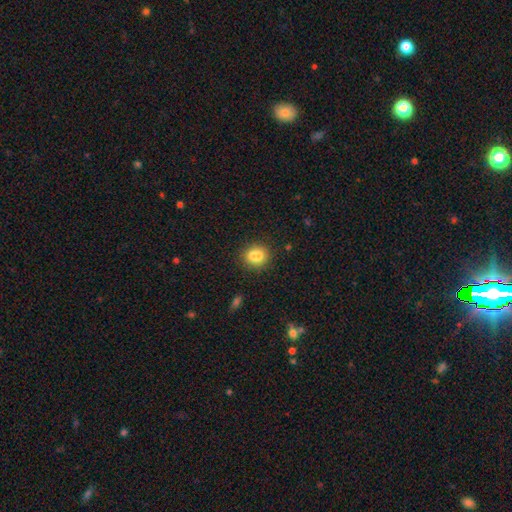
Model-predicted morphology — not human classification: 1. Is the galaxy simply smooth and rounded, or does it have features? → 80% smooth, 10% featured or disk, 10% star or artifact.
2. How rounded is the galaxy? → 65% round, 34% in between, 1% cigar-shaped.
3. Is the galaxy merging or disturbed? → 64% none, 18% merger, 14% minor disturbance, 4% major disturbance.